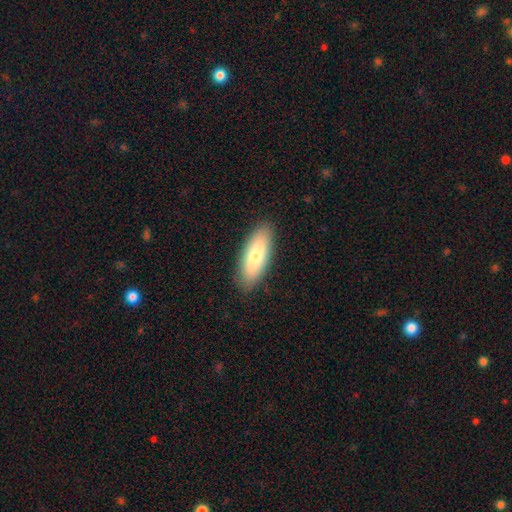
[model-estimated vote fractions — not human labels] Smooth or featured? Predicted: smooth (p=0.75). How rounded? Predicted: in between (p=0.71). Merging? Predicted: none (p=0.88).